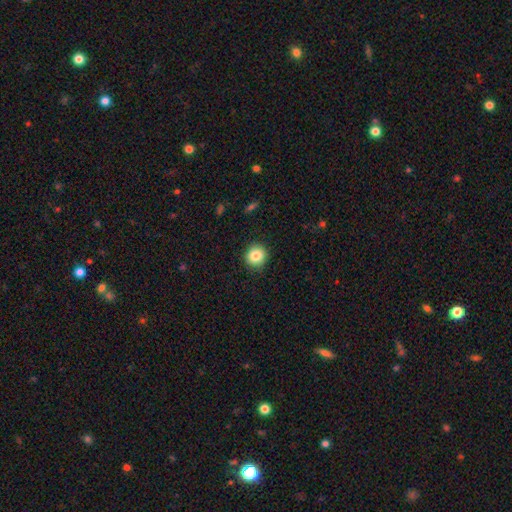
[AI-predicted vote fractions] smooth_or_featured: smooth (p=0.85) [alt: star or artifact p=0.09]
how_rounded: round (p=0.92) [alt: in between p=0.08]
merging: none (p=0.91) [alt: minor disturbance p=0.06]